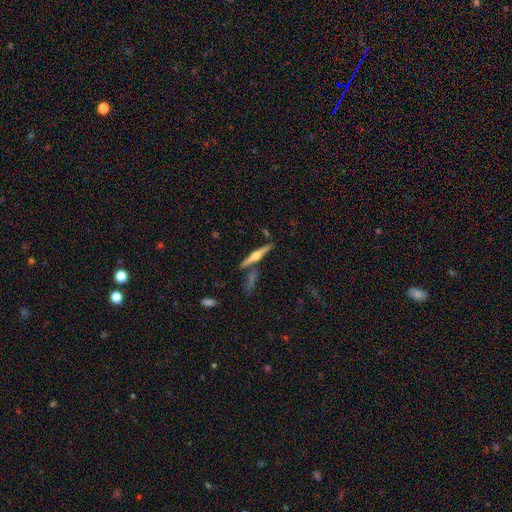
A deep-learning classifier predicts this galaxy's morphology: This is likely a featured or disk galaxy (74%). It is clearly viewed edge-on (98%). Edge-on bulge: clearly rounded (92%). Merging: clearly none (80%).